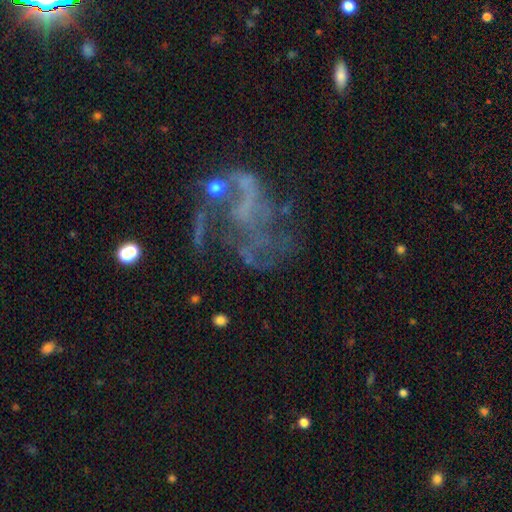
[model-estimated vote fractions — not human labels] Smooth or featured? Predicted: featured or disk (p=0.69). Edge-on disk? Predicted: no (p=0.98). Bar? Predicted: no (p=0.72). Spiral arms? Predicted: yes (p=0.52). Bulge size? Predicted: none (p=0.71). Merging? Predicted: major disturbance (p=0.43).